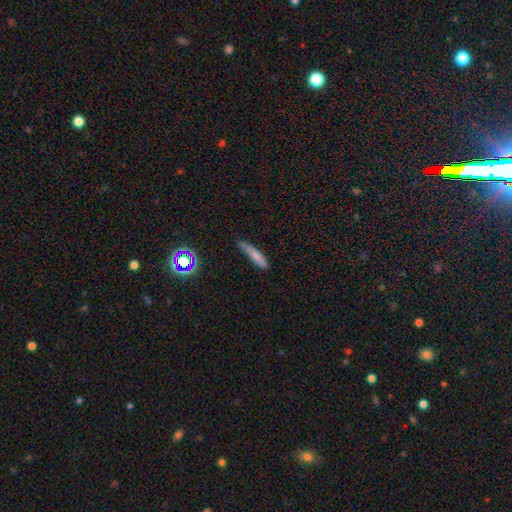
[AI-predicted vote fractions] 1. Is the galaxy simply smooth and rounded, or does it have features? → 75% smooth, 16% featured or disk, 9% star or artifact.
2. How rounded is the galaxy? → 87% cigar-shaped, 11% in between, 2% round.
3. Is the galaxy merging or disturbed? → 64% none, 27% minor disturbance, 6% major disturbance, 3% merger.